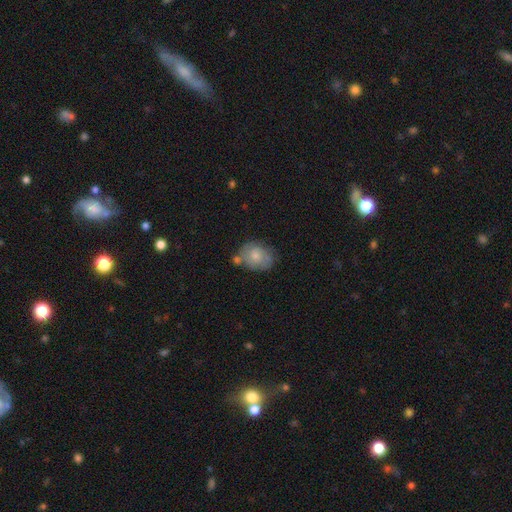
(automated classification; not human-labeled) Morphology: type=smooth (60%); roundness=in between (58%); merging=none (54%).